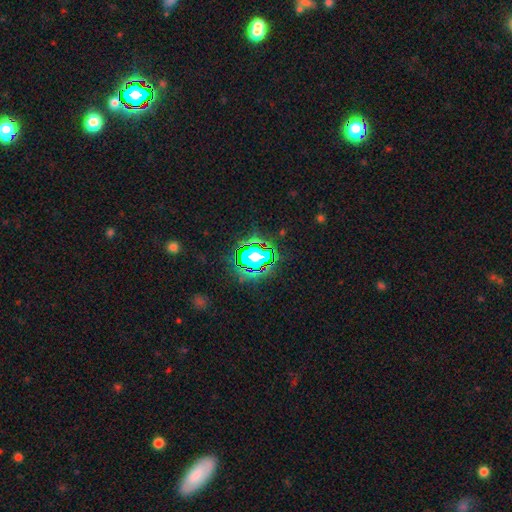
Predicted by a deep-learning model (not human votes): A star or artifact, not a galaxy (61%).

Vote fractions:
- Smooth or featured? star or artifact: 61% / smooth: 25% / featured or disk: 14%